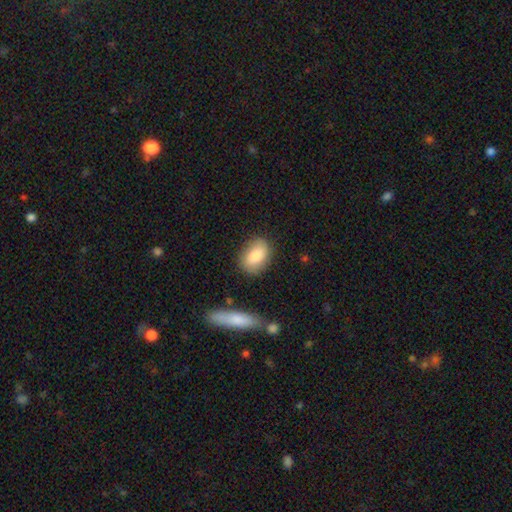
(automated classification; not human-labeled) smooth-or-featured: smooth: 82% | featured or disk: 12% | star or artifact: 6%
  how-rounded: in between: 80% | round: 17% | cigar-shaped: 2%
  merging: none: 78% | minor disturbance: 15% | major disturbance: 4% | merger: 3%